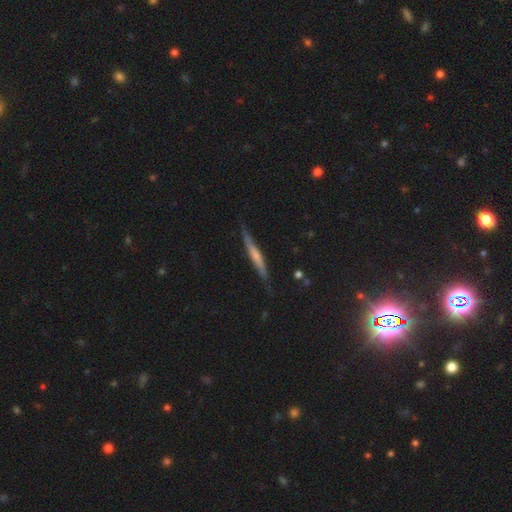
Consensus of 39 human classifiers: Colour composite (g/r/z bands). It shows a featured or disk galaxy (54%) viewed edge-on (90%) with no central bulge (47%). Merging: none (81%).